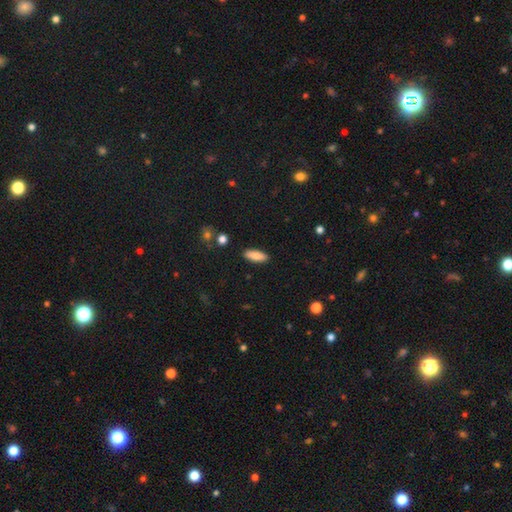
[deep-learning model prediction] Smooth or featured? smooth (84%)
How rounded? in between (70%)
Merging? none (89%)